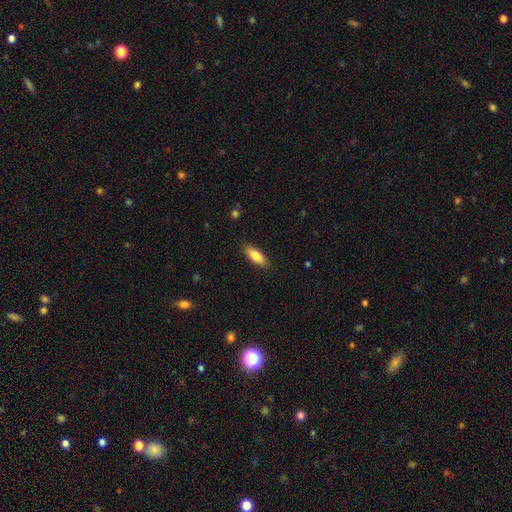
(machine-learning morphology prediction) This appears to be a smooth galaxy with no disk features (81%) that is in between round and cigar-shaped (68%). Merging: none (87%).